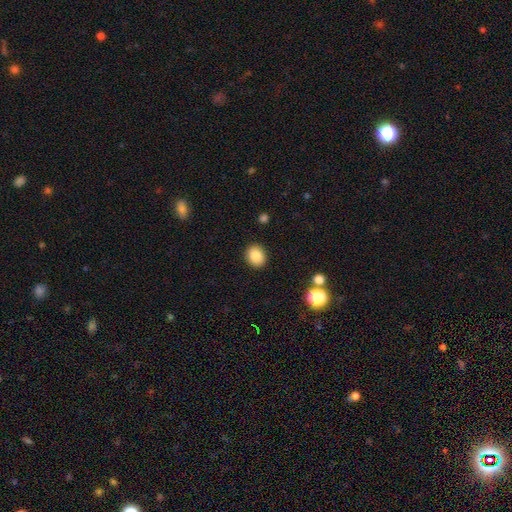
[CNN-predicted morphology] Smooth or featured? Predicted: smooth (p=0.86). How rounded? Predicted: round (p=0.56). Merging? Predicted: none (p=0.90).